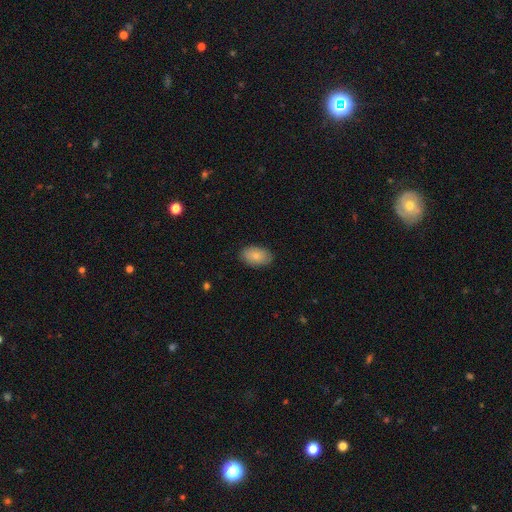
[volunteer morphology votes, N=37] smooth 84%, featured or disk 14%, star or artifact 3%. Down the decision tree: how rounded — in between (97%); merging — none (92%).